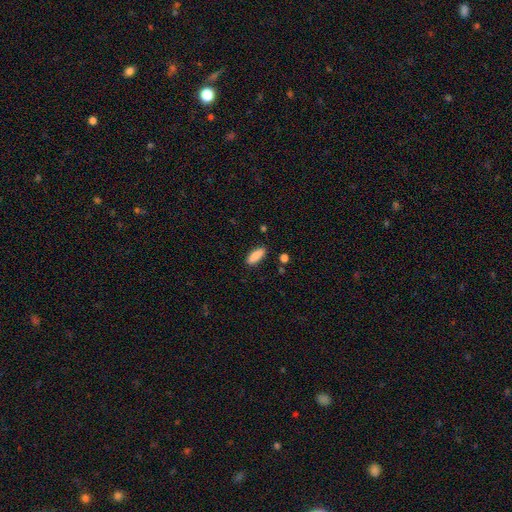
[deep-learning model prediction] Morphology: type=smooth (88%); roundness=in between (68%); merging=none (86%).